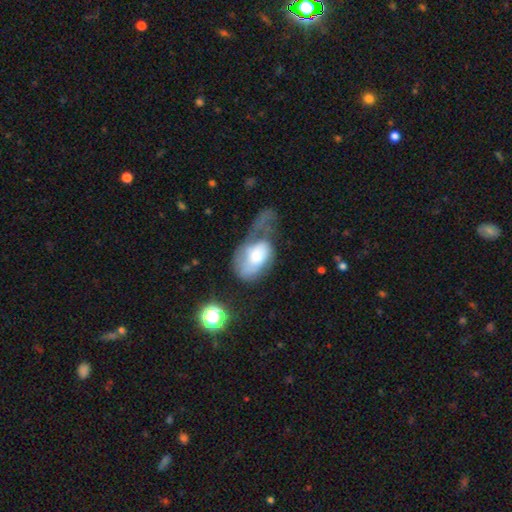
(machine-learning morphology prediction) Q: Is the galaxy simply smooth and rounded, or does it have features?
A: smooth — 53%.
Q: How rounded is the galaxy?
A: in between — 85%.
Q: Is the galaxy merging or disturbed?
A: major disturbance — 61%.